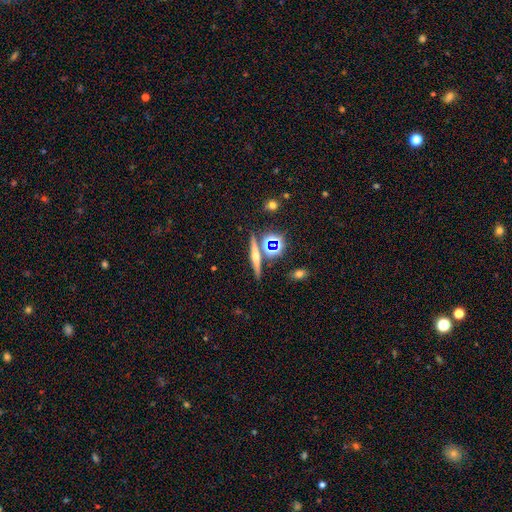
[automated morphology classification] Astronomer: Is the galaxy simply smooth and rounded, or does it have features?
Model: featured or disk — 50% (runner-up: smooth, 30%).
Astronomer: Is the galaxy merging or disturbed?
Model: none — 81%.